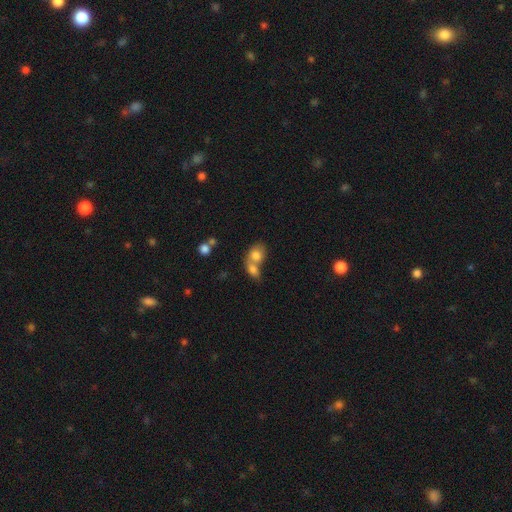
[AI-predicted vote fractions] Smooth or featured: smooth — 78% (featured or disk — 13%)
How rounded: in between — 58% (round — 41%)
Merging: merger — 64% (none — 25%)